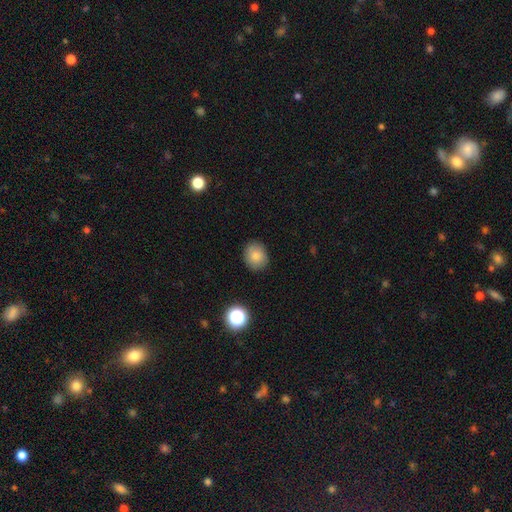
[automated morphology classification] Smooth or featured? Predicted: smooth (p=0.80). How rounded? Predicted: round (p=0.68). Merging? Predicted: none (p=0.87).